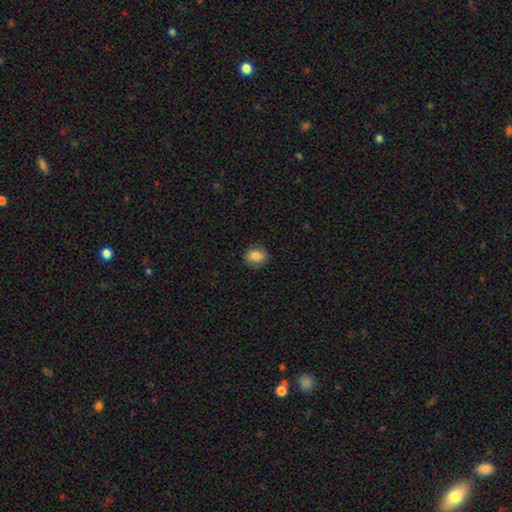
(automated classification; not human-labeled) Smooth or featured? Predicted: smooth (p=0.82). How rounded? Predicted: round (p=0.51). Merging? Predicted: none (p=0.84).